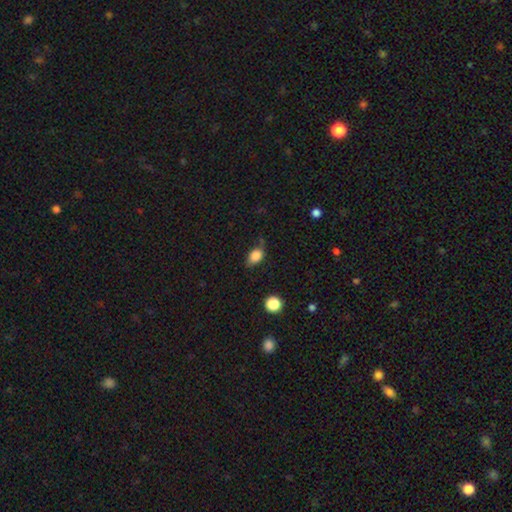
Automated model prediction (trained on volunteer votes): Overall: smooth (84%). How rounded: in between (79%). Merging: none (62%; minor disturbance 28%).